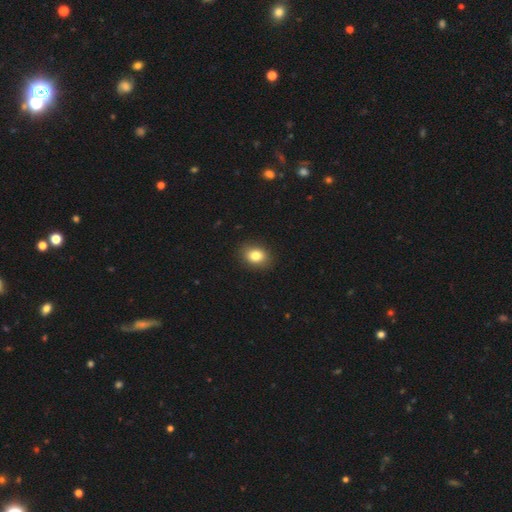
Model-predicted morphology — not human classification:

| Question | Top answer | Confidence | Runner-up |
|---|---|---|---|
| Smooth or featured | smooth | 82% | star or artifact (10%) |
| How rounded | in between | 58% | round (41%) |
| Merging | none | 89% | minor disturbance (8%) |